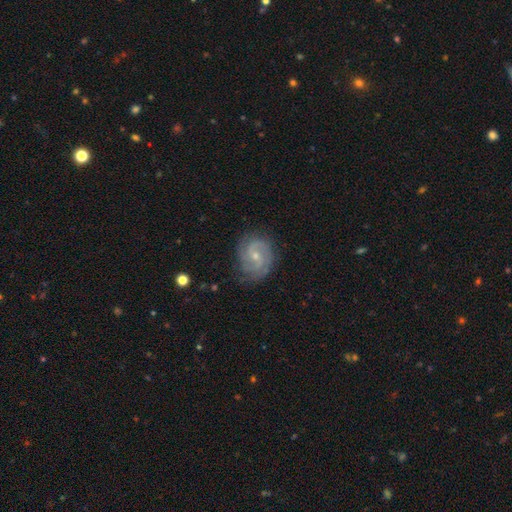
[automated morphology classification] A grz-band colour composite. It shows a featured or disk galaxy (85%) with no bar (46%, tied with weak), 2 (70%) medium (48%) spiral arms (96%) and a small central bulge (67%). Merging: none (77%).